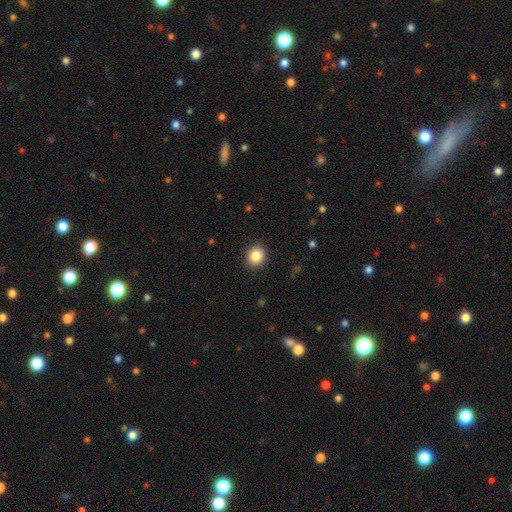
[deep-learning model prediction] This appears to be a smooth galaxy with no disk features (86%) that is round (87%). Merging: none (91%).